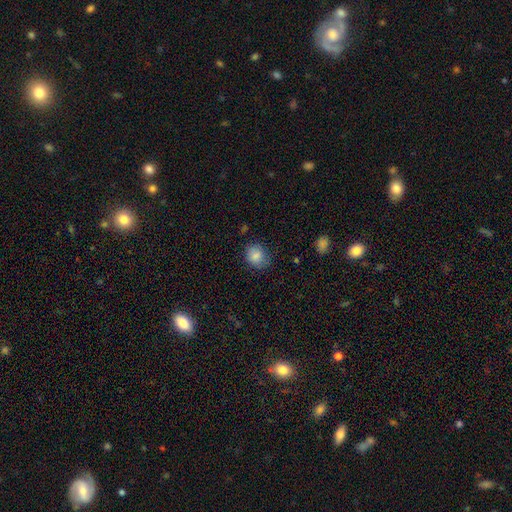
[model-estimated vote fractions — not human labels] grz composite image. It shows a smooth galaxy with no disk features (85%) that is round (63%). Merging: none (76%).